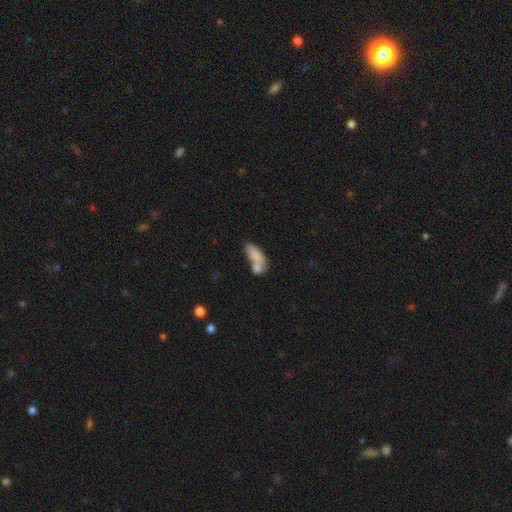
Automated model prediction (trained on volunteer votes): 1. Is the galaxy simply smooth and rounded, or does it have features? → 78% smooth, 15% featured or disk, 7% star or artifact.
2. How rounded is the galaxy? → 82% in between, 13% cigar-shaped, 4% round.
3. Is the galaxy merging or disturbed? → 53% merger, 28% none, 12% minor disturbance, 7% major disturbance.